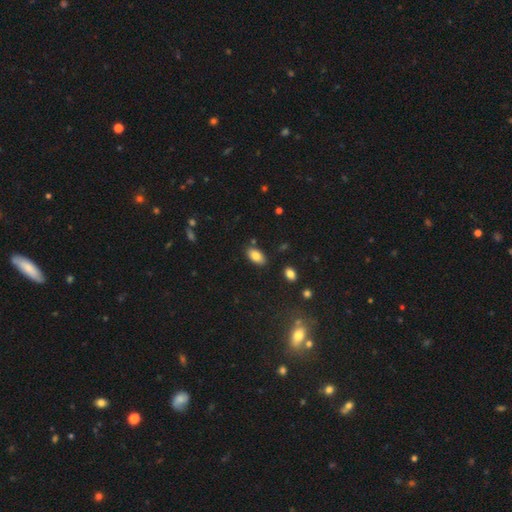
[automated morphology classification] The model was most divided on "merging": none: 82%, minor disturbance: 12%, merger: 4%, major disturbance: 3%. More confident: how rounded — in between (93%); smooth or featured — smooth (83%).